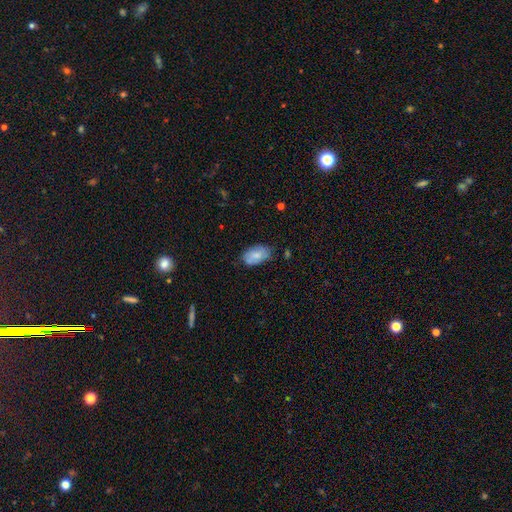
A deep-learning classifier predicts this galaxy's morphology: smooth_or_featured: smooth (p=0.79) [alt: featured or disk p=0.15]
how_rounded: in between (p=0.93) [alt: round p=0.05]
merging: none (p=0.69) [alt: minor disturbance p=0.24]